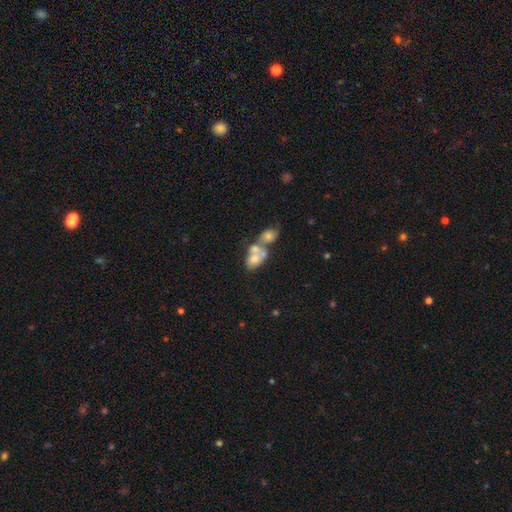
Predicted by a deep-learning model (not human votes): Smooth or featured? smooth (57%)
How rounded? in between (75%)
Merging? merger (70%)